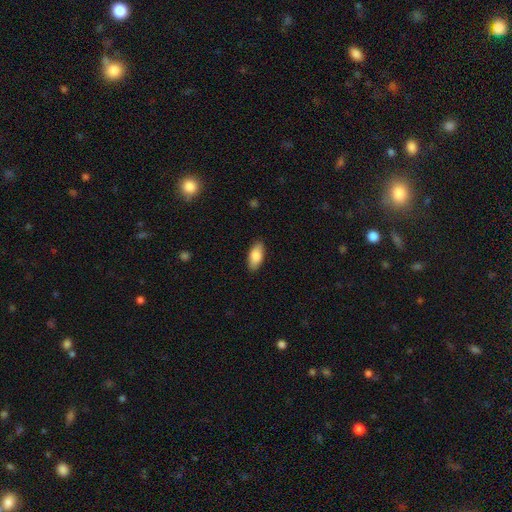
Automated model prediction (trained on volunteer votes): smooth 84%, featured or disk 10%, star or artifact 6%. Down the decision tree: how rounded — in between (88%); merging — none (88%).